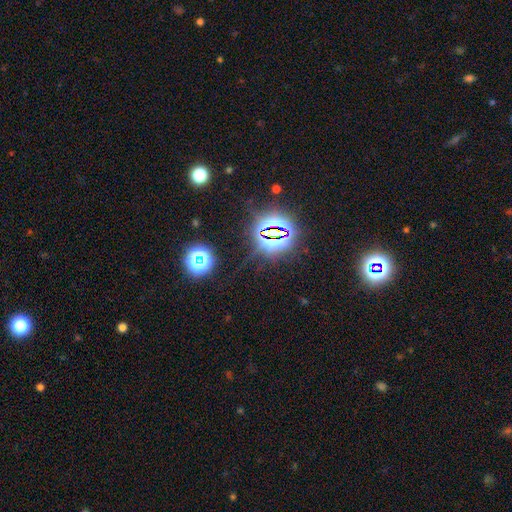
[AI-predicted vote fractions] Morphology: type=star or artifact (80%).